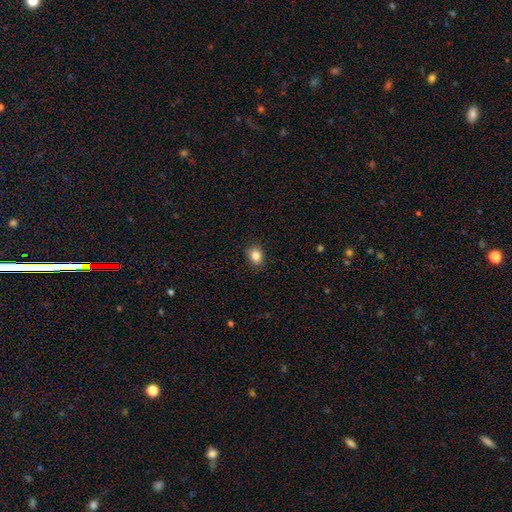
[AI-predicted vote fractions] Smooth or featured: smooth — 85% (star or artifact — 10%)
How rounded: round — 53% (in between — 46%)
Merging: none — 88% (minor disturbance — 9%)